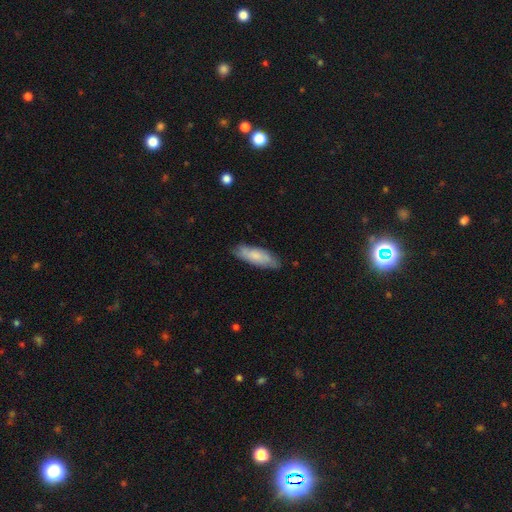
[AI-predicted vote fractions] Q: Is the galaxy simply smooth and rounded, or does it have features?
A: smooth — 68%.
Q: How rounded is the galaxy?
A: in between — 53%.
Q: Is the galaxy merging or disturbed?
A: none — 79%.